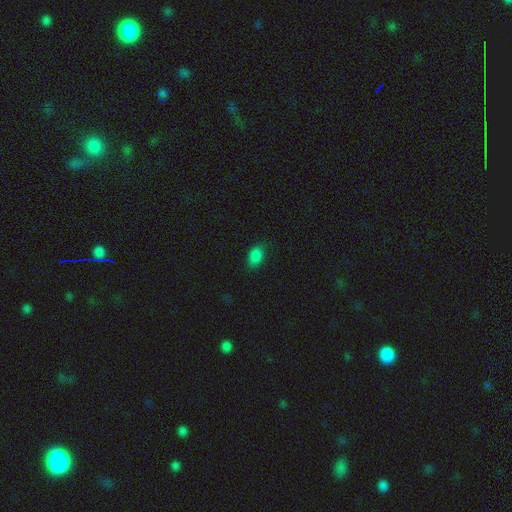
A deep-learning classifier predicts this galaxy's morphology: This is clearly a smooth galaxy (84%). How rounded: clearly in between (85%). Merging: clearly none (83%).